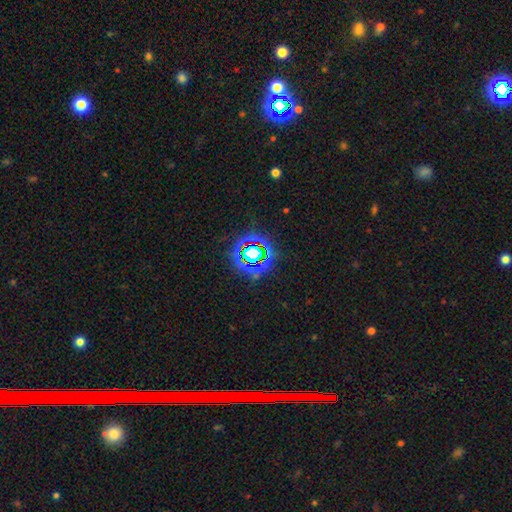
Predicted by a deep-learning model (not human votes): Smooth or featured: star or artifact — 72% (smooth — 18%)